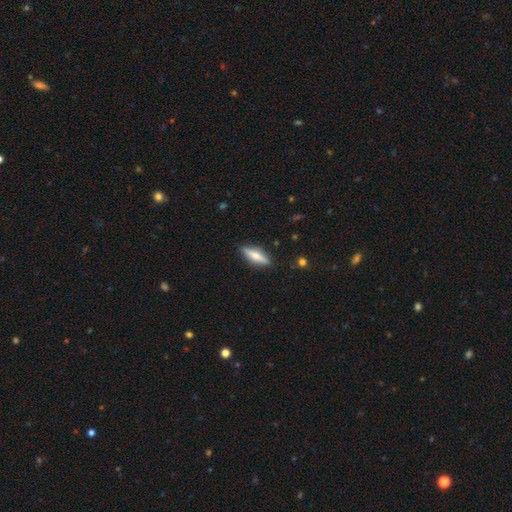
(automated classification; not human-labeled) Smooth or featured?
  - smooth: 56% *
  - featured or disk: 38%
  - star or artifact: 6%
How rounded?
  - cigar-shaped: 62% *
  - in between: 35%
  - round: 2%
Merging?
  - none: 88% *
  - minor disturbance: 9%
  - major disturbance: 2%
  - merger: 1%